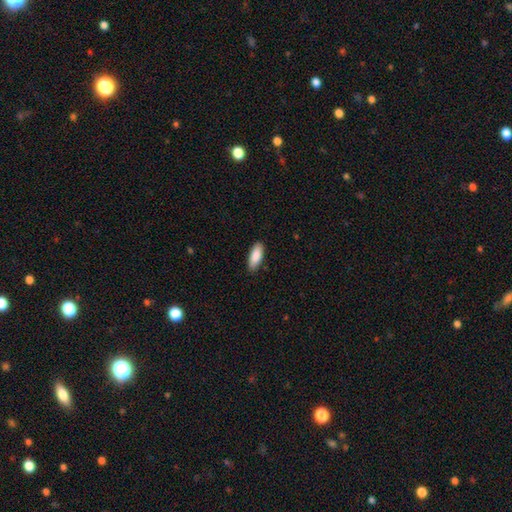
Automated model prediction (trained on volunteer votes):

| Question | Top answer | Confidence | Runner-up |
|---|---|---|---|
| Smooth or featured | smooth | 88% | featured or disk (6%) |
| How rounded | in between | 74% | cigar-shaped (24%) |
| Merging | none | 87% | minor disturbance (11%) |